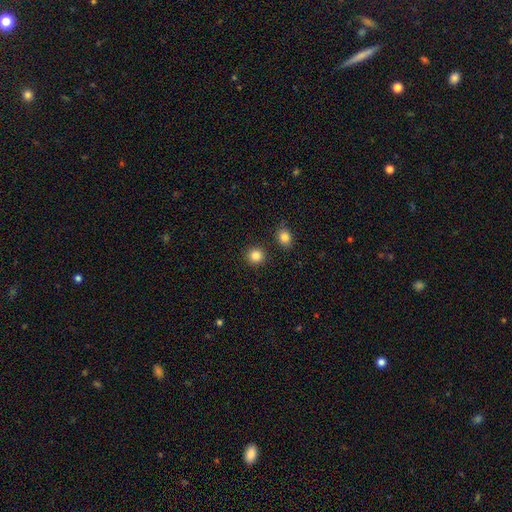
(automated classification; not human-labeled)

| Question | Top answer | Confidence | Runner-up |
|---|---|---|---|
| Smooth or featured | smooth | 85% | star or artifact (11%) |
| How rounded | round | 91% | in between (8%) |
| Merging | none | 89% | minor disturbance (6%) |